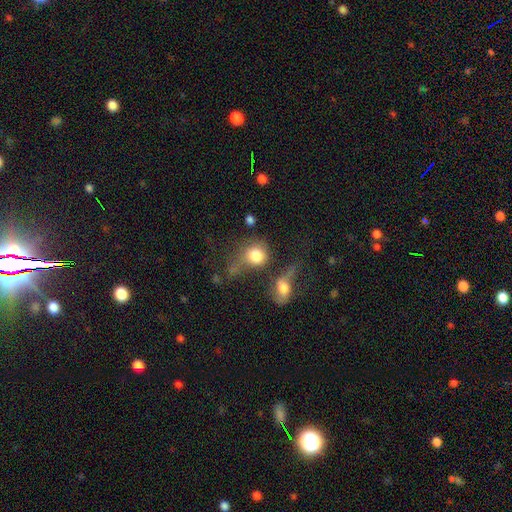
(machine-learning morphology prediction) A smooth galaxy with no disk features (76%) that is round (72%). Merging: merger (35%).